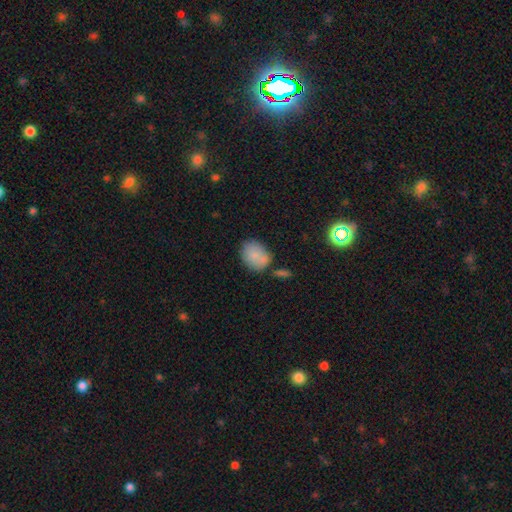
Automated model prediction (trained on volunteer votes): Q: Smooth or featured?
A: smooth (85%); runner-up: featured or disk (8%)
Q: How rounded?
A: in between (59%); runner-up: round (39%)
Q: Merging?
A: none (65%); runner-up: minor disturbance (19%)